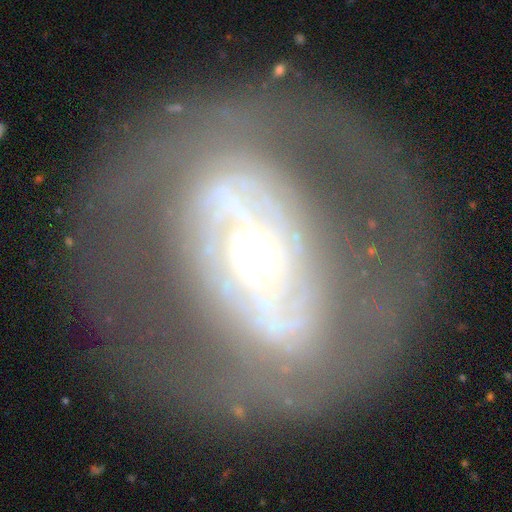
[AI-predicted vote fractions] Smooth or featured?
  - featured or disk: 78% *
  - smooth: 16%
  - star or artifact: 7%
Edge-on disk?
  - no: 94% *
  - yes: 6%
Bar?
  - no: 45% *
  - strong: 28%
  - weak: 27%
Spiral arms?
  - yes: 56% *
  - no: 44%
Bulge size?
  - small: 49% *
  - moderate: 40%
  - large: 8%
  - dominant: 2%
  - none: 1%
Merging?
  - none: 67% *
  - major disturbance: 18%
  - minor disturbance: 14%
  - merger: 2%